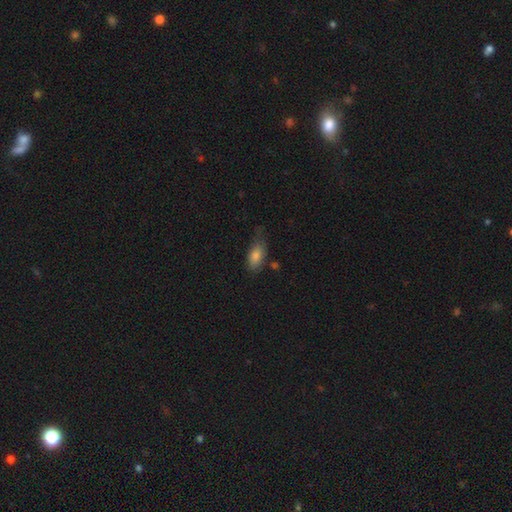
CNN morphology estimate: Smooth or featured?
  - smooth: 81% *
  - featured or disk: 11%
  - star or artifact: 8%
How rounded?
  - in between: 87% *
  - cigar-shaped: 9%
  - round: 4%
Merging?
  - none: 57% *
  - minor disturbance: 31%
  - major disturbance: 8%
  - merger: 4%